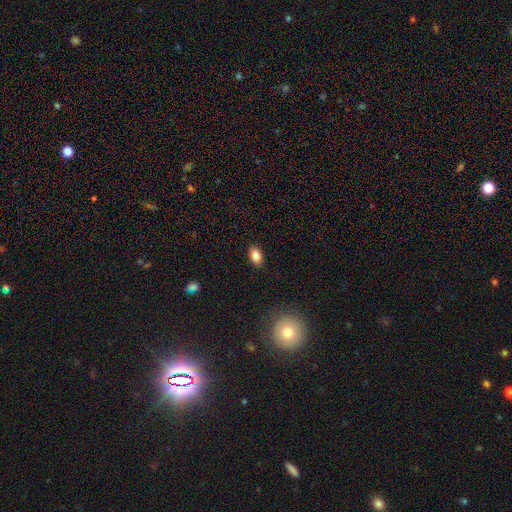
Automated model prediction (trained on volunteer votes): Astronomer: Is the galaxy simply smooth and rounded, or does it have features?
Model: smooth — 85%.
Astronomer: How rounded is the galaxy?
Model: in between — 90%.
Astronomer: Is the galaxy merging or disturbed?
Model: none — 88%.